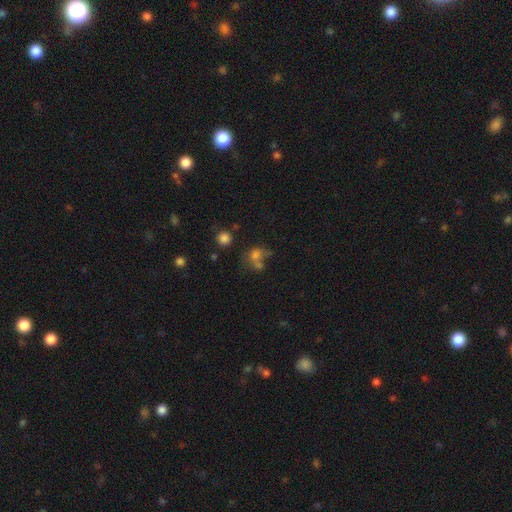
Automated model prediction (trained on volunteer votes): A smooth galaxy with no disk features (64%) that is round (54%).

Vote fractions:
- Smooth or featured? smooth: 64% / star or artifact: 18% / featured or disk: 18%
- How rounded? round: 54% / in between: 44% / cigar-shaped: 2%
- Merging? merger: 37% / none: 30% / major disturbance: 18% / minor disturbance: 15%